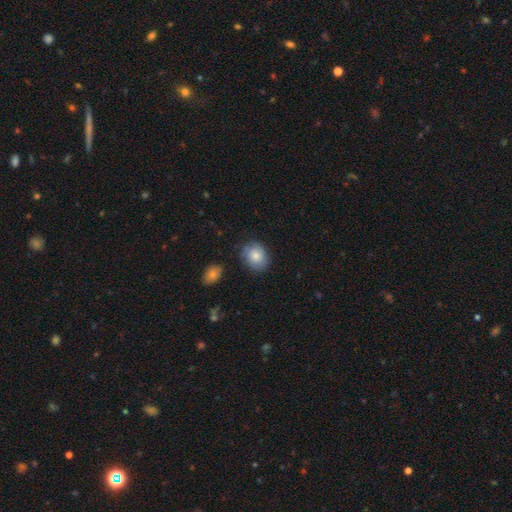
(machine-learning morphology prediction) type=smooth (81%); roundness=round (53%); merging=none (77%).